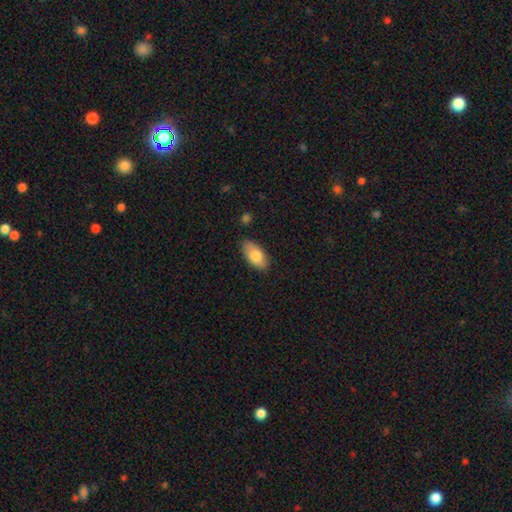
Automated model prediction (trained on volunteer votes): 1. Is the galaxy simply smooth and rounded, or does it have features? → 80% smooth, 14% featured or disk, 6% star or artifact.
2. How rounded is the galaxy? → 92% in between, 5% cigar-shaped, 3% round.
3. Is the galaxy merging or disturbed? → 83% none, 13% minor disturbance, 2% major disturbance, 2% merger.